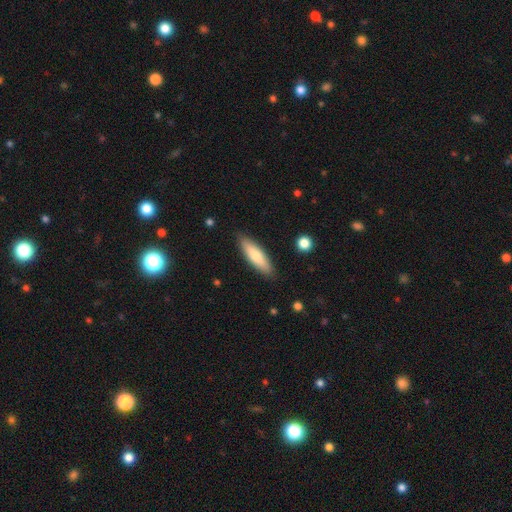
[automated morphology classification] Smooth or featured: smooth — 74% (featured or disk — 21%)
How rounded: cigar-shaped — 59% (in between — 40%)
Merging: none — 87% (minor disturbance — 10%)